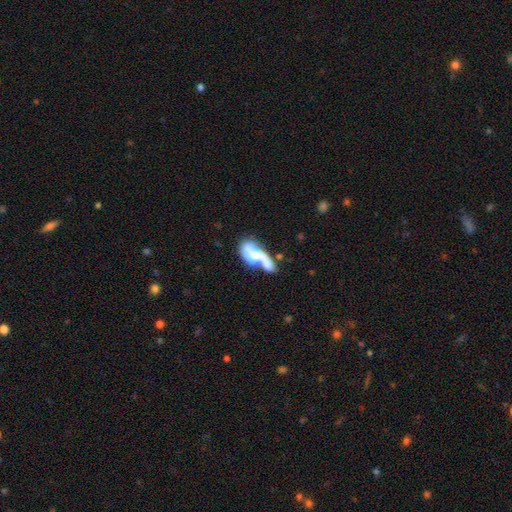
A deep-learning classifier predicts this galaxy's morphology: featured or disk 63%, smooth 30%, star or artifact 7%. Down the decision tree: edge-on disk — no (91%); bar — no (67%); spiral arms — yes (64%); bulge size — moderate (57%); merging — merger (47%).